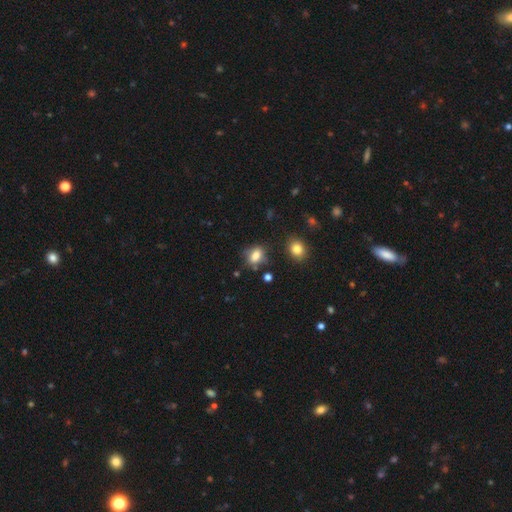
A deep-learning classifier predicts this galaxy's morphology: Smooth or featured?
  - smooth: 78% *
  - star or artifact: 12%
  - featured or disk: 11%
How rounded?
  - in between: 70% *
  - round: 28%
  - cigar-shaped: 2%
Merging?
  - none: 65% *
  - minor disturbance: 22%
  - major disturbance: 7%
  - merger: 6%